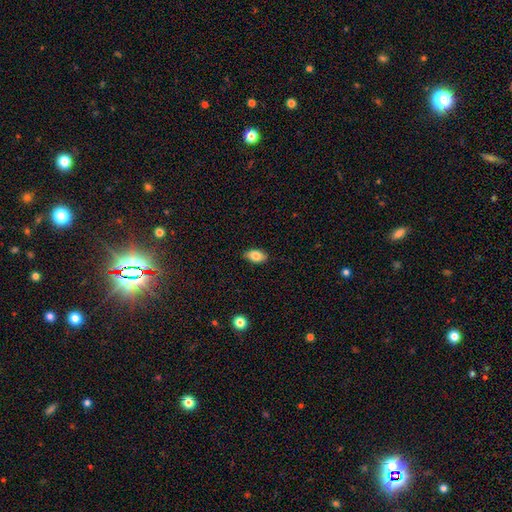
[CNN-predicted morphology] Overall: smooth (83%). How rounded: in between (91%). Merging: none (85%).